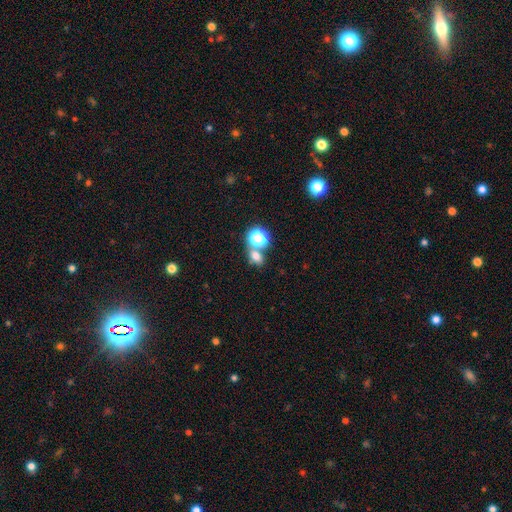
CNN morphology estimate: Q: Smooth or featured?
A: smooth (66%); runner-up: star or artifact (24%)
Q: How rounded?
A: in between (50%); runner-up: round (48%)
Q: Merging?
A: none (55%); runner-up: merger (31%)